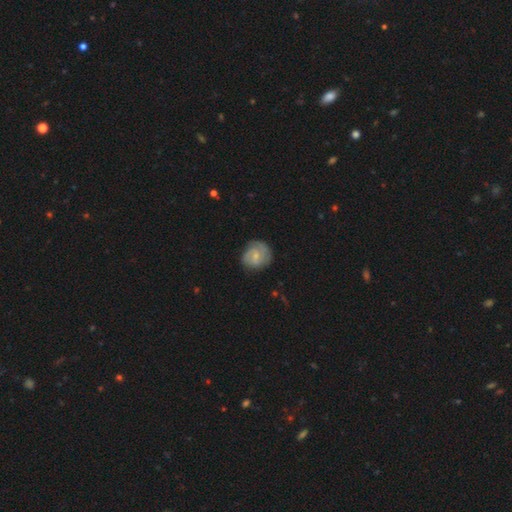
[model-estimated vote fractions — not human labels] smooth-or-featured: featured or disk: 56% | smooth: 38% | star or artifact: 6%
  disk-edge-on: no: 98% | yes: 2%
    bar: no: 48% | weak: 45% | strong: 7%
    has-spiral-arms: yes: 86% | no: 14%
    bulge-size: small: 62% | moderate: 28% | none: 9% | large: 1% | dominant: 1%
  merging: none: 72% | minor disturbance: 20% | major disturbance: 6% | merger: 1%